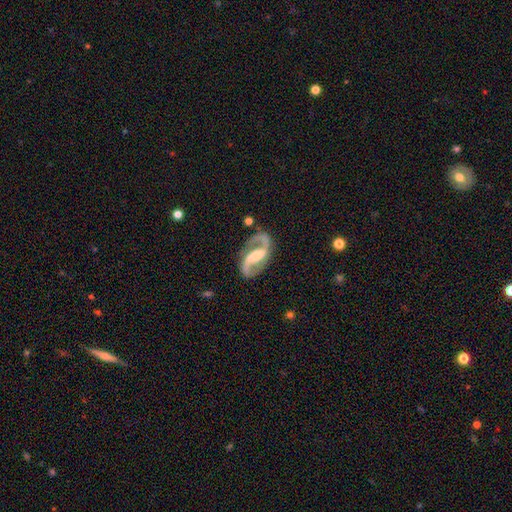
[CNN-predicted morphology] featured or disk 92%, star or artifact 4%, smooth 4%. Down the decision tree: edge-on disk — no (98%); bar — strong (42%); spiral arms — yes (98%); spiral arm count — 2 (94%); spiral winding — medium (57%); bulge size — moderate (37%); merging — none (81%).